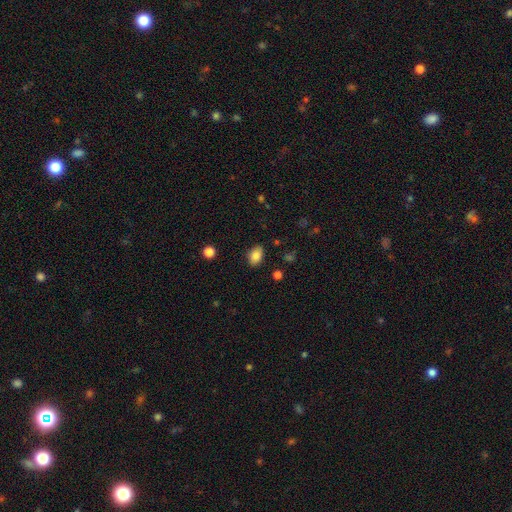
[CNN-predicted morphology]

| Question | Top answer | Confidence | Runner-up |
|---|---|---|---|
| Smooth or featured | smooth | 84% | star or artifact (9%) |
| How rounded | in between | 83% | round (15%) |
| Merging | none | 85% | minor disturbance (11%) |